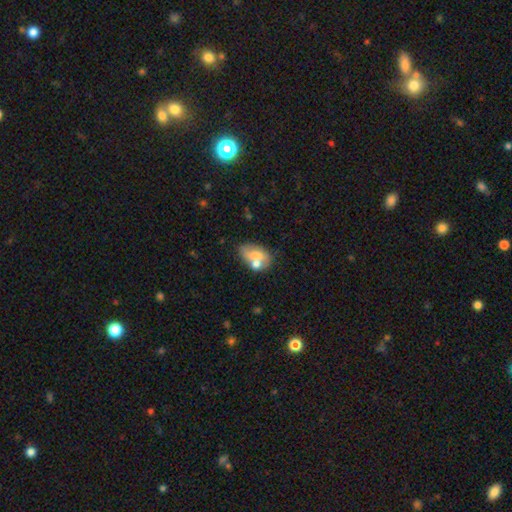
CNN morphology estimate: Overall: smooth (57%; featured or disk 34%). How rounded: in between (84%). Merging: none (39%; merger 33%).